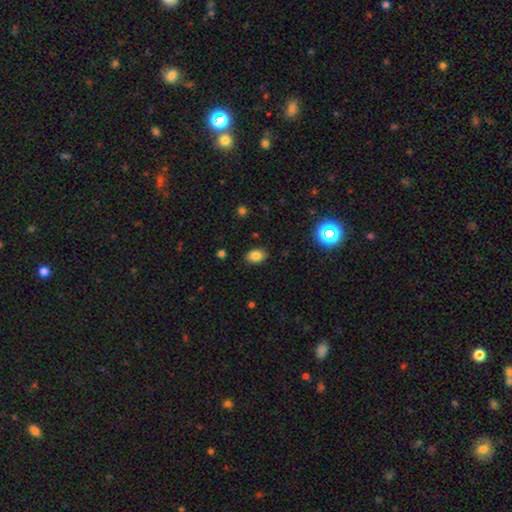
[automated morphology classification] Smooth or featured? smooth (82%)
How rounded? in between (78%)
Merging? none (87%)